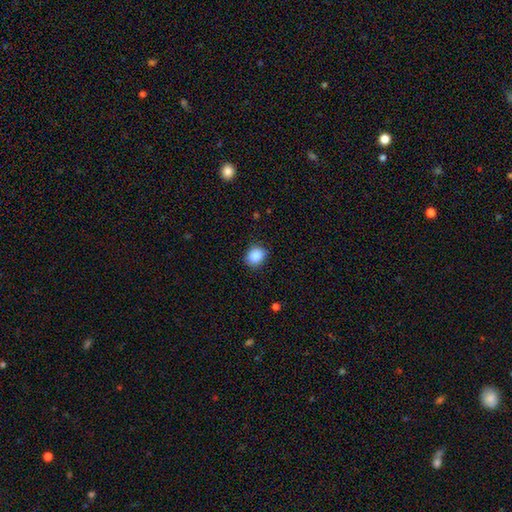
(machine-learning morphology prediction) Q: Smooth or featured?
A: smooth (88%); runner-up: star or artifact (9%)
Q: How rounded?
A: round (61%); runner-up: in between (38%)
Q: Merging?
A: none (84%); runner-up: minor disturbance (13%)